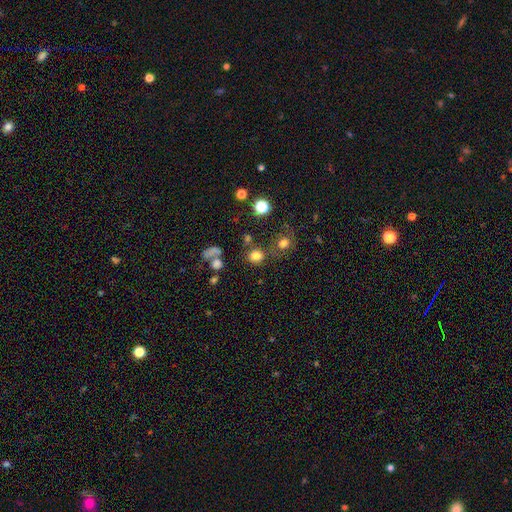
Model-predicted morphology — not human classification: smooth 75%, star or artifact 17%, featured or disk 8%. Down the decision tree: how rounded — round (60%); merging — none (61%).